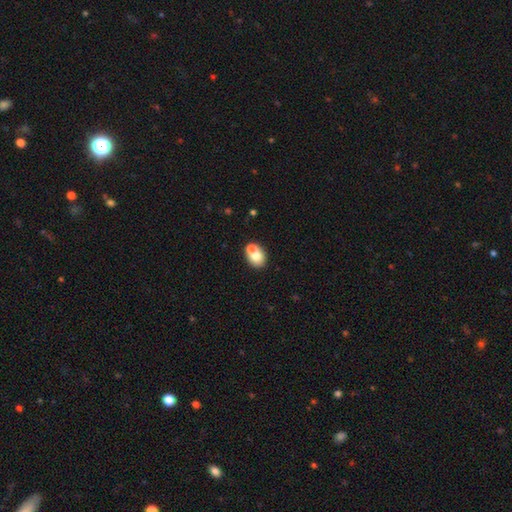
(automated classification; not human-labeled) Q: Smooth or featured?
A: smooth (71%); runner-up: featured or disk (20%)
Q: How rounded?
A: round (57%); runner-up: in between (42%)
Q: Merging?
A: merger (48%); runner-up: none (42%)